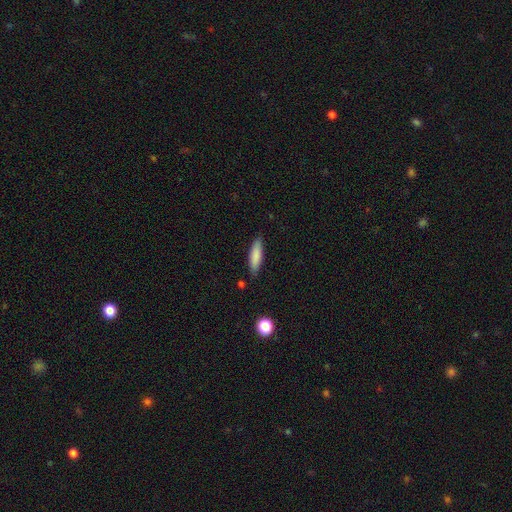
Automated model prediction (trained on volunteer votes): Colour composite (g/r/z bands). It shows a smooth galaxy with no disk features (84%) that is cigar-shaped (63%). Merging: none (84%).